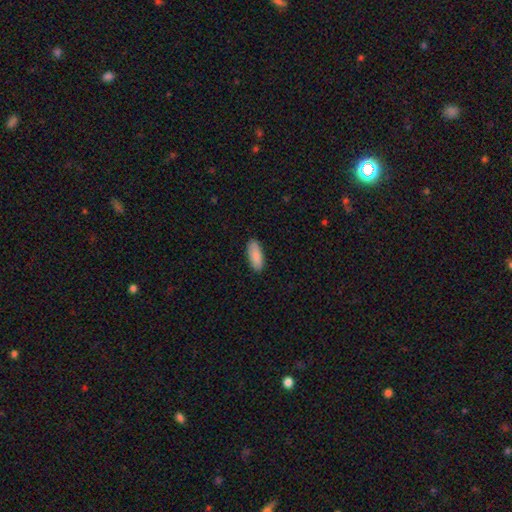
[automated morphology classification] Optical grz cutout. It shows a smooth galaxy with no disk features (89%) that is in between round and cigar-shaped (80%). Merging: none (88%).